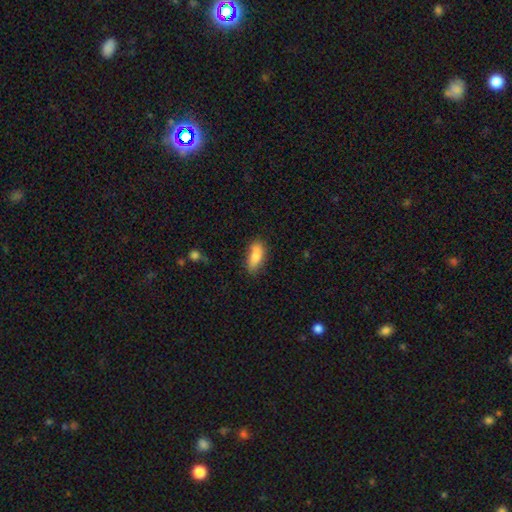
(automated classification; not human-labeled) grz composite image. It shows a smooth galaxy with no disk features (82%) that is in between round and cigar-shaped (78%). Merging: none (66%).